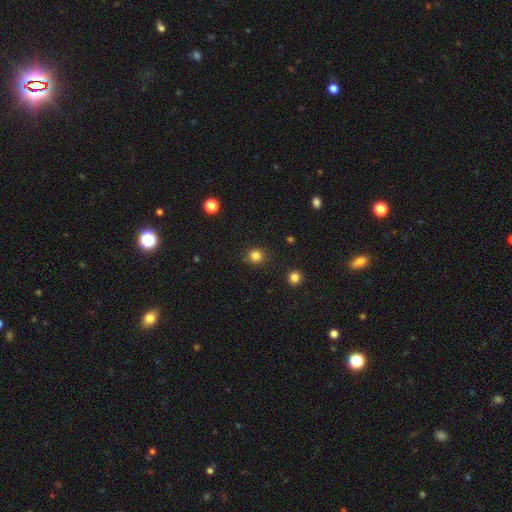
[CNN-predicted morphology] smooth_or_featured: smooth (p=0.83) [alt: star or artifact p=0.13]
how_rounded: round (p=0.89) [alt: in between p=0.10]
merging: none (p=0.88) [alt: minor disturbance p=0.08]